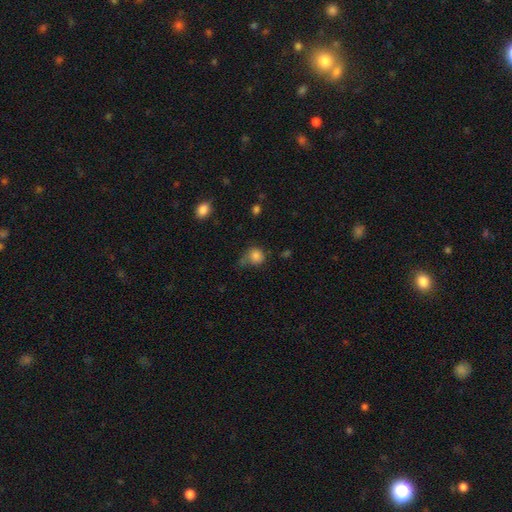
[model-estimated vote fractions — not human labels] This is clearly a smooth galaxy (80%). How rounded: likely round (73%). Merging: possibly none (46%).